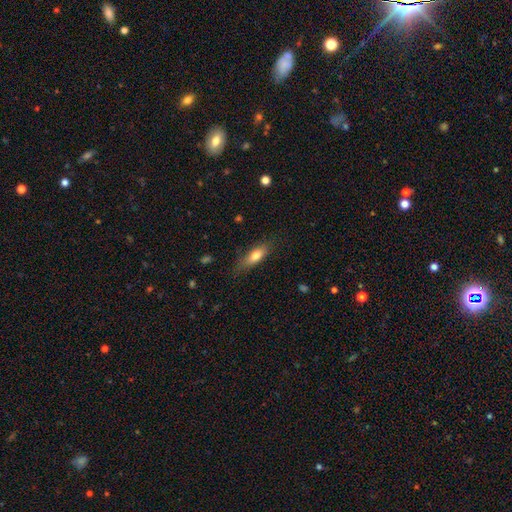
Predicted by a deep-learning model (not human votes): Overall: smooth (74%). How rounded: in between (62%; cigar-shaped 35%). Merging: none (76%).